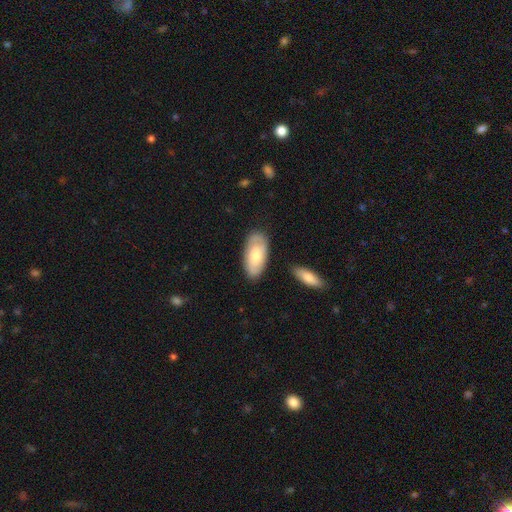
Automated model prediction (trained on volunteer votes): A smooth galaxy with no disk features (58%) that is in between round and cigar-shaped (93%). Merging: none (78%).